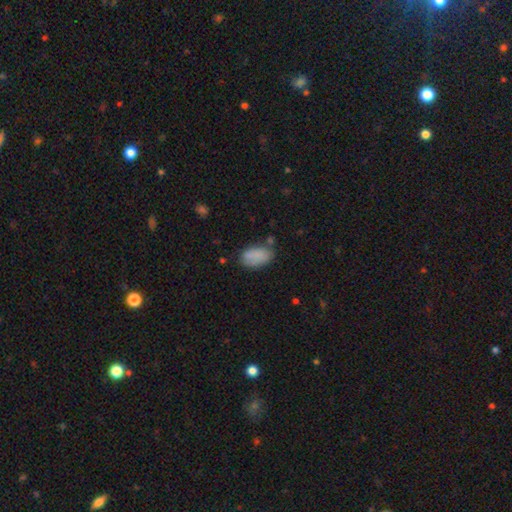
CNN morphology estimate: This is clearly a smooth galaxy (83%). How rounded: clearly in between (92%). Merging: likely none (64%).